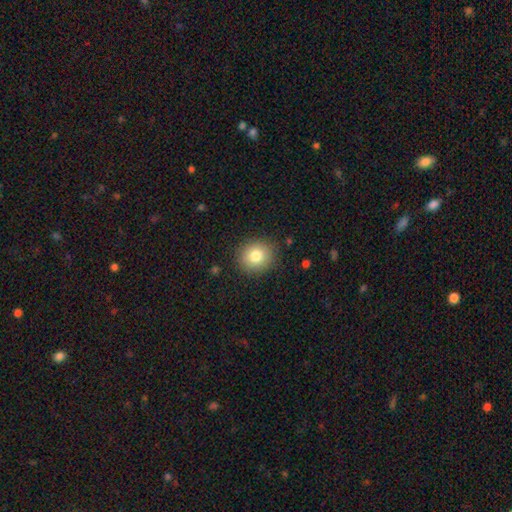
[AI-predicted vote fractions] The model was most divided on "how rounded": round: 82%, in between: 17%, cigar-shaped: 1%. More confident: merging — none (88%); smooth or featured — smooth (81%).